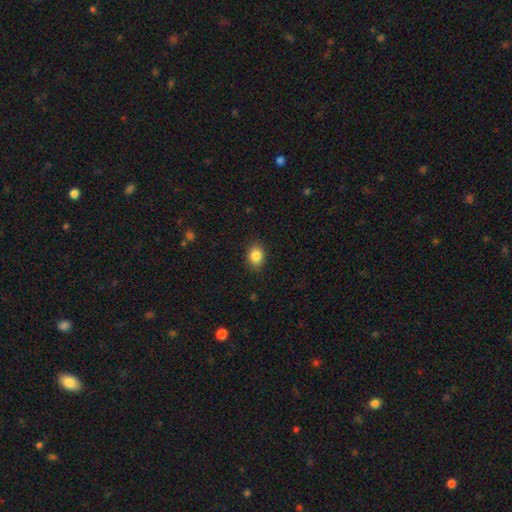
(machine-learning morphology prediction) smooth-or-featured: smooth: 86% | star or artifact: 9% | featured or disk: 5%
  how-rounded: in between: 61% | round: 38% | cigar-shaped: 1%
  merging: none: 87% | minor disturbance: 10% | major disturbance: 3% | merger: 1%